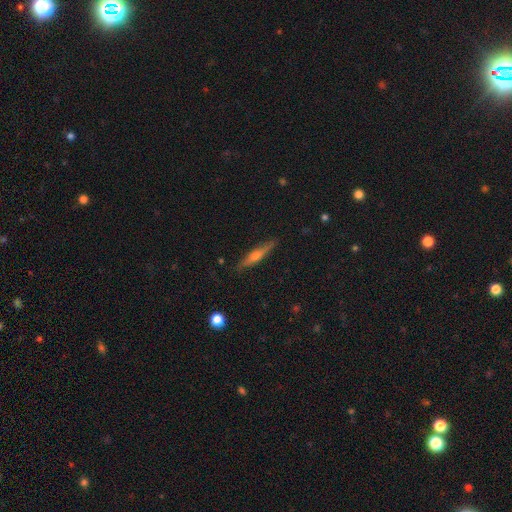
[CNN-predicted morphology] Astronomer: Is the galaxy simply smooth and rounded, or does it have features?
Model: featured or disk — 58% (runner-up: smooth, 35%).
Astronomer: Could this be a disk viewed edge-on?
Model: yes — 96%.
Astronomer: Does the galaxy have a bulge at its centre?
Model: rounded — 72%.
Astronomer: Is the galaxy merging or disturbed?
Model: none — 88%.